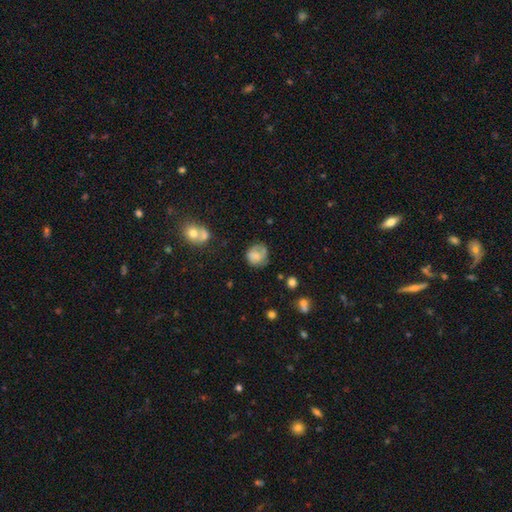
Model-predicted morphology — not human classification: smooth_or_featured: smooth (p=0.67) [alt: featured or disk p=0.24]
how_rounded: round (p=0.76) [alt: in between p=0.23]
merging: none (p=0.56) [alt: minor disturbance p=0.27]